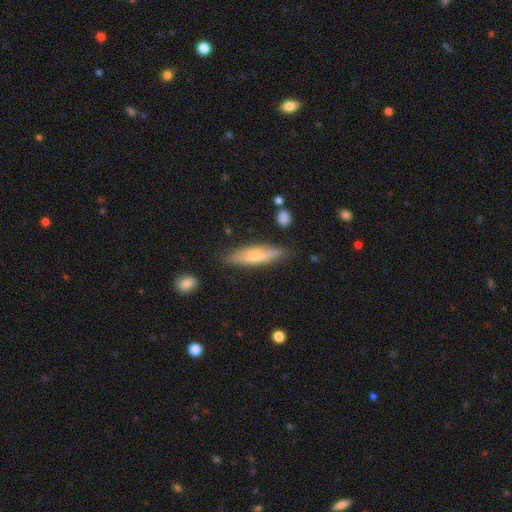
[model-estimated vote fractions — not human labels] smooth-or-featured: smooth: 51% | featured or disk: 43% | star or artifact: 6%
  how-rounded: cigar-shaped: 73% | in between: 25% | round: 2%
  merging: none: 79% | minor disturbance: 16% | major disturbance: 3% | merger: 2%